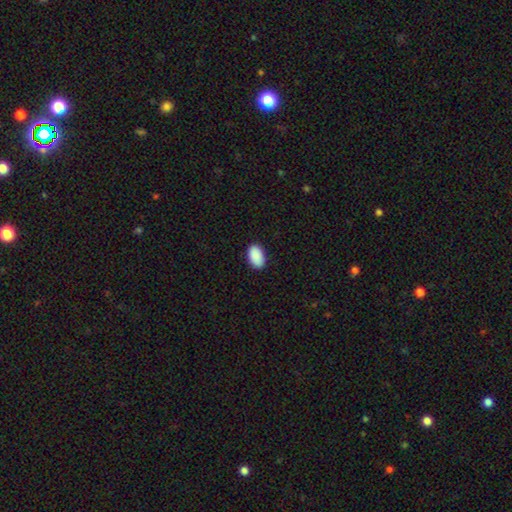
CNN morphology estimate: This appears to be a smooth galaxy with no disk features (91%) that is in between round and cigar-shaped (94%). Merging: none (89%).